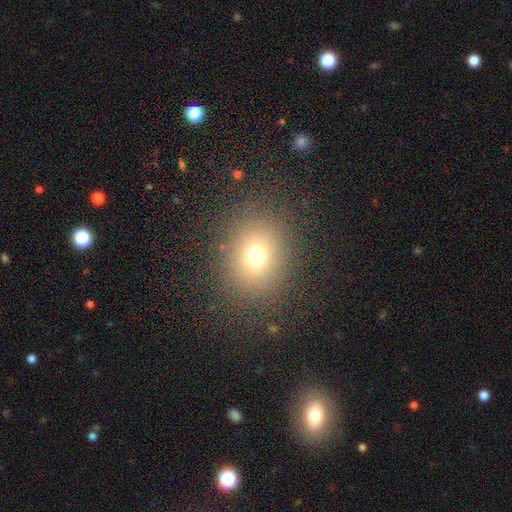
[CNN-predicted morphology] This is likely a smooth galaxy (71%). How rounded: possibly round (58%). Merging: clearly none (85%).